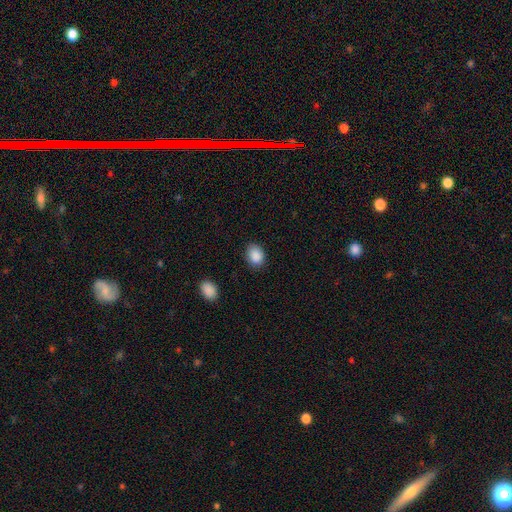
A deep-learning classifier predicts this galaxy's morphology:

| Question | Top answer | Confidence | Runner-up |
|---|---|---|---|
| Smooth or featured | smooth | 89% | star or artifact (8%) |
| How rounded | in between | 58% | round (41%) |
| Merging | none | 84% | minor disturbance (11%) |